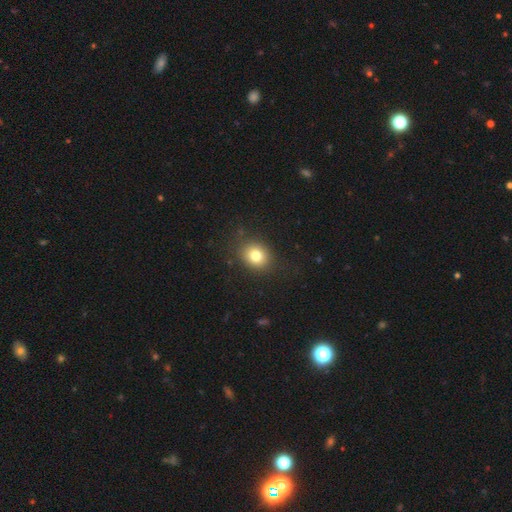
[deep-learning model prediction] Q: Smooth or featured?
A: smooth (80%); runner-up: star or artifact (11%)
Q: How rounded?
A: round (63%); runner-up: in between (36%)
Q: Merging?
A: none (86%); runner-up: minor disturbance (10%)